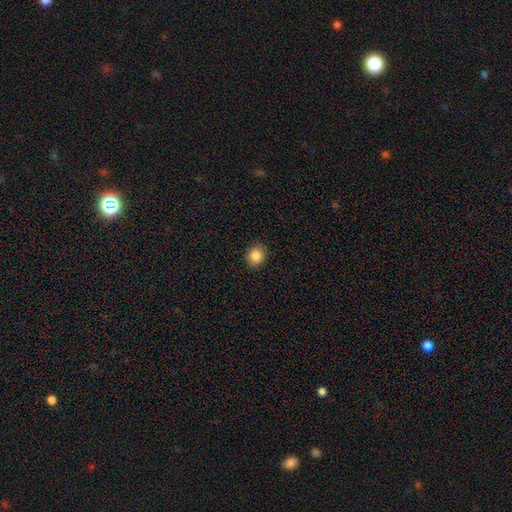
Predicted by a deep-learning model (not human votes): Smooth or featured?
  - smooth: 84% *
  - star or artifact: 10%
  - featured or disk: 6%
How rounded?
  - round: 79% *
  - in between: 21%
  - cigar-shaped: 1%
Merging?
  - none: 91% *
  - minor disturbance: 6%
  - major disturbance: 2%
  - merger: 1%